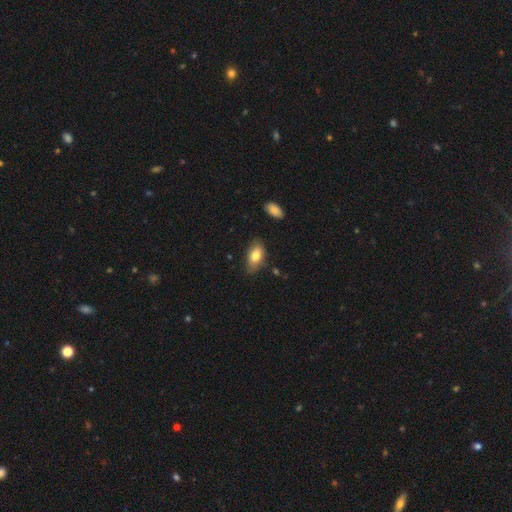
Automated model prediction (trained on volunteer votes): smooth-or-featured: smooth: 79% | featured or disk: 14% | star or artifact: 7%
  how-rounded: in between: 90% | round: 6% | cigar-shaped: 4%
  merging: none: 75% | minor disturbance: 20% | major disturbance: 3% | merger: 2%